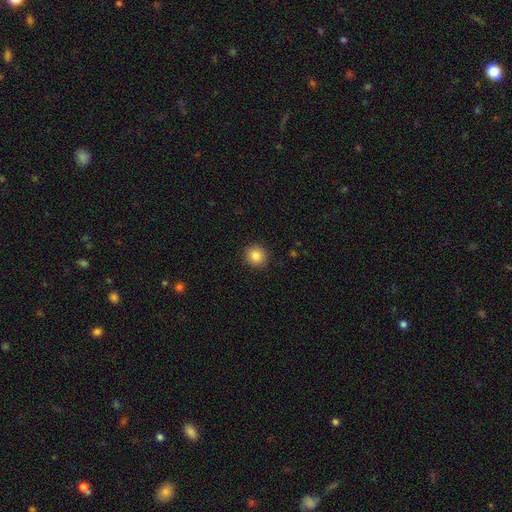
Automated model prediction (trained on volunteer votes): The model was most divided on "smooth or featured": smooth: 85%, star or artifact: 10%, featured or disk: 5%. More confident: merging — none (92%); how rounded — round (91%).